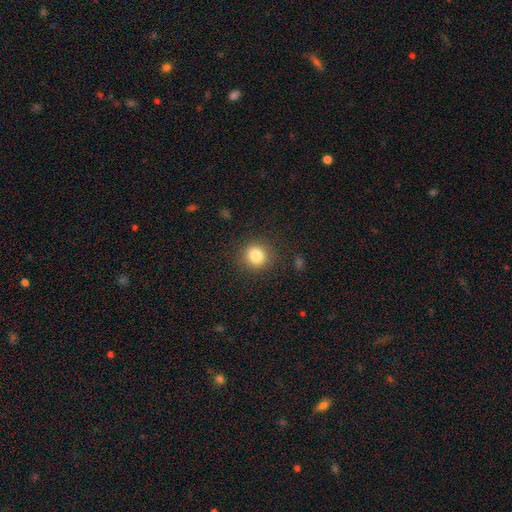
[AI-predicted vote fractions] A smooth galaxy with no disk features (83%) that is round (89%).

Vote fractions:
- Smooth or featured? smooth: 83% / star or artifact: 11% / featured or disk: 6%
- How rounded? round: 89% / in between: 10% / cigar-shaped: 1%
- Merging? none: 89% / minor disturbance: 7% / major disturbance: 3% / merger: 1%